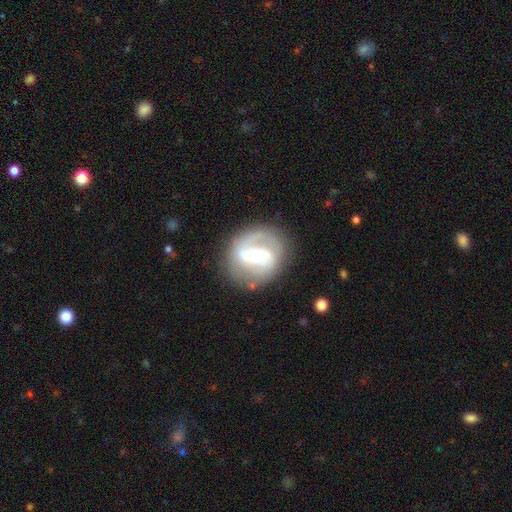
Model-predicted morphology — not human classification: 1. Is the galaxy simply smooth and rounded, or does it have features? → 76% featured or disk, 18% smooth, 6% star or artifact.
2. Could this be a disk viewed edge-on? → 97% no, 3% yes.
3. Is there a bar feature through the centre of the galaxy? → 40% weak, 38% no, 22% strong.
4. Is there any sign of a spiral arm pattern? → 83% yes, 17% no.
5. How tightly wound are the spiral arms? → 45% medium, 30% tight, 25% loose.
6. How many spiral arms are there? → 73% 2, 11% can't tell, 10% 1, 4% 3, 1% 4, 1% more than 4.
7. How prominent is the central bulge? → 48% small, 45% moderate, 4% large, 1% none, 1% dominant.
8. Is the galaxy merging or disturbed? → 69% none, 15% minor disturbance, 9% major disturbance, 7% merger.